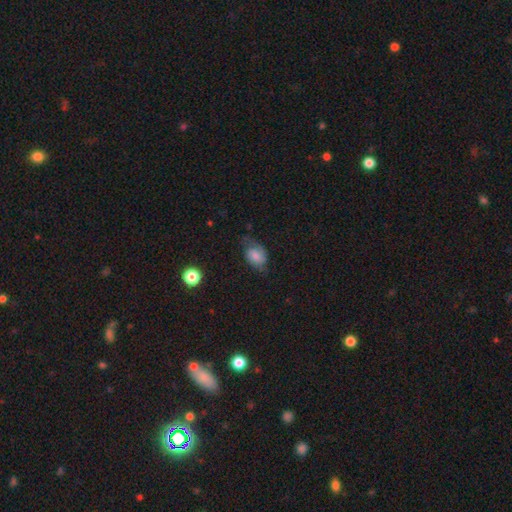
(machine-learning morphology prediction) Q: Smooth or featured?
A: smooth (58%); runner-up: featured or disk (32%)
Q: How rounded?
A: in between (78%); runner-up: round (20%)
Q: Merging?
A: none (48%); runner-up: minor disturbance (32%)